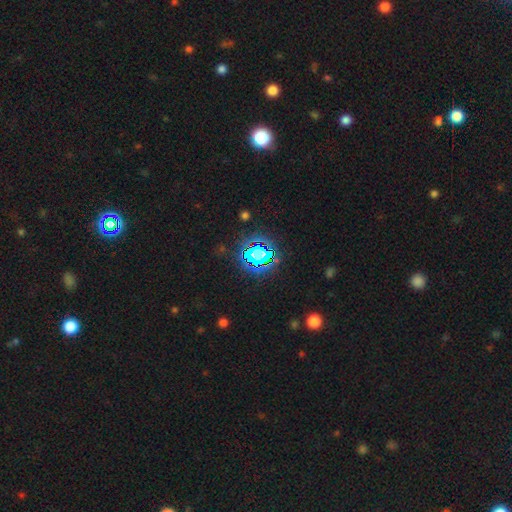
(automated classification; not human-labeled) Q: Smooth or featured?
A: star or artifact (72%); runner-up: smooth (16%)